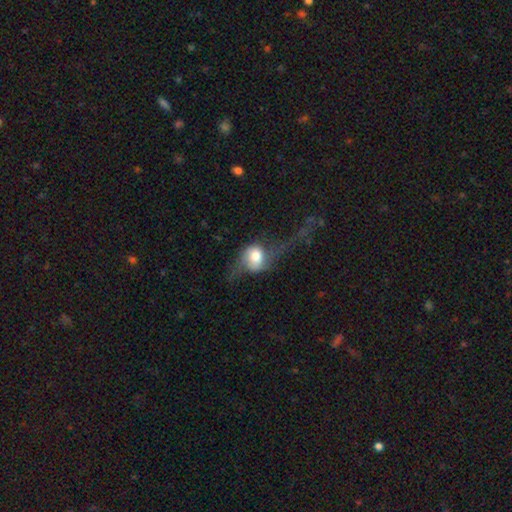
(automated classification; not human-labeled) A featured or disk galaxy (46%).

Vote fractions:
- Smooth or featured? featured or disk: 46% / smooth: 45% / star or artifact: 9%
- Merging? major disturbance: 50% / none: 27% / minor disturbance: 19% / merger: 4%